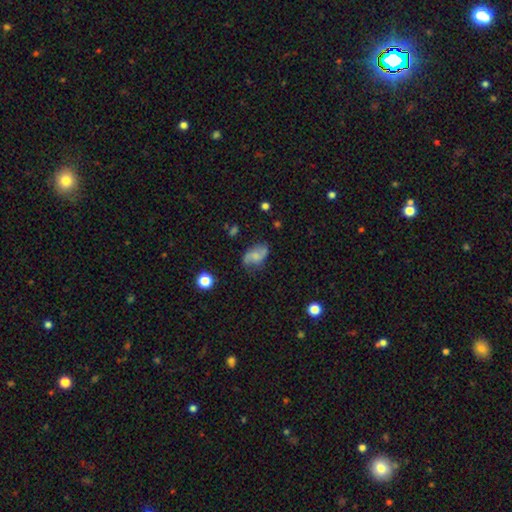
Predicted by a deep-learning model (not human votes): Morphology: type=smooth (46%); merging=none (63%).